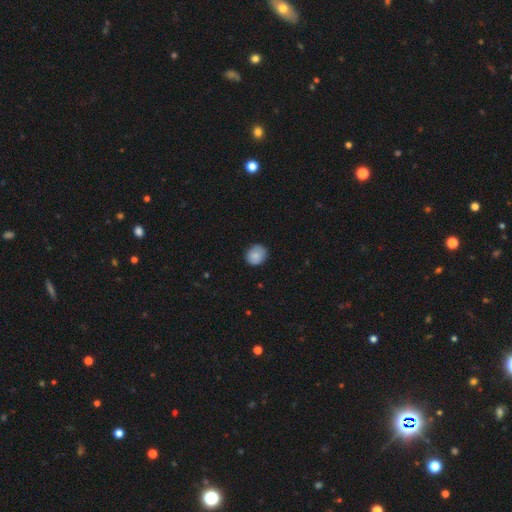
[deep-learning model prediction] Smooth or featured: smooth — 86% (star or artifact — 8%)
How rounded: round — 71% (in between — 28%)
Merging: none — 84% (minor disturbance — 13%)